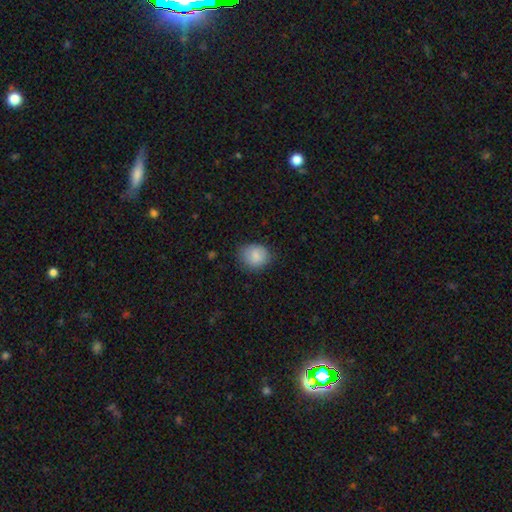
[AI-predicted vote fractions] Q: Smooth or featured?
A: smooth (86%); runner-up: star or artifact (8%)
Q: How rounded?
A: round (65%); runner-up: in between (34%)
Q: Merging?
A: none (75%); runner-up: minor disturbance (20%)